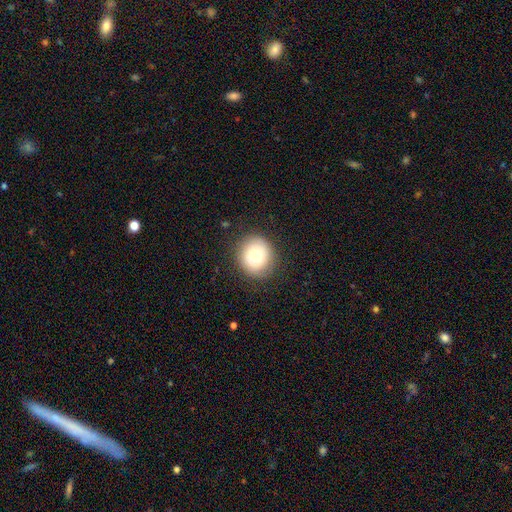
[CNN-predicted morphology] This appears to be a smooth galaxy with no disk features (79%) that is round (86%). Merging: none (86%).